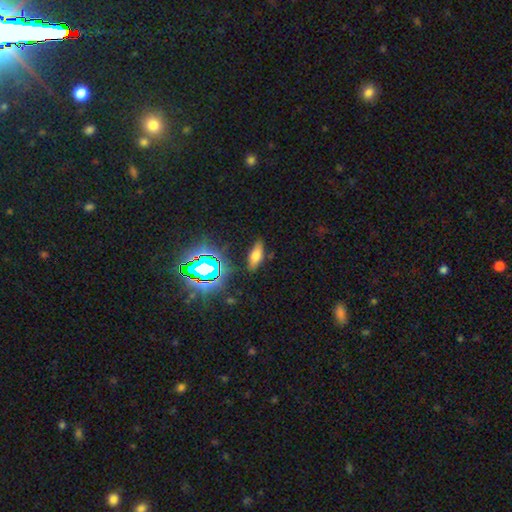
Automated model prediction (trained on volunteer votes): The model was most divided on "smooth or featured": smooth: 61%, star or artifact: 22%, featured or disk: 18%. More confident: merging — none (83%); how rounded — in between (72%).